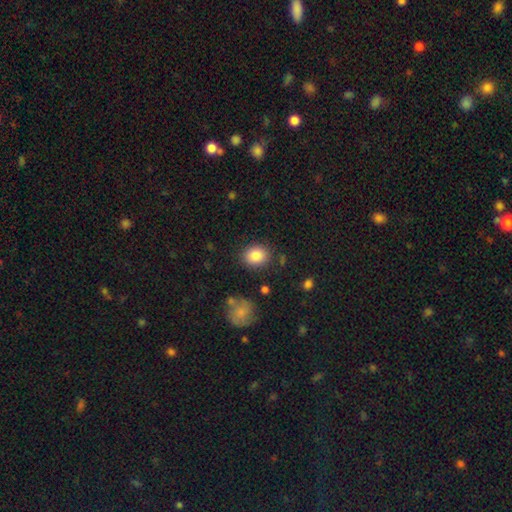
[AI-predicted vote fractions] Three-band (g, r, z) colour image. It shows a smooth galaxy with no disk features (85%) that is round (60%). Merging: none (85%).